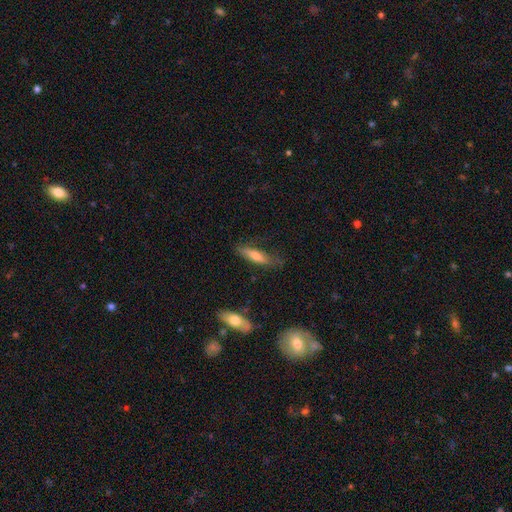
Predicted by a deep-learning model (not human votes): Smooth or featured: smooth — 65% (featured or disk — 29%)
How rounded: cigar-shaped — 66% (in between — 32%)
Merging: none — 70% (minor disturbance — 21%)